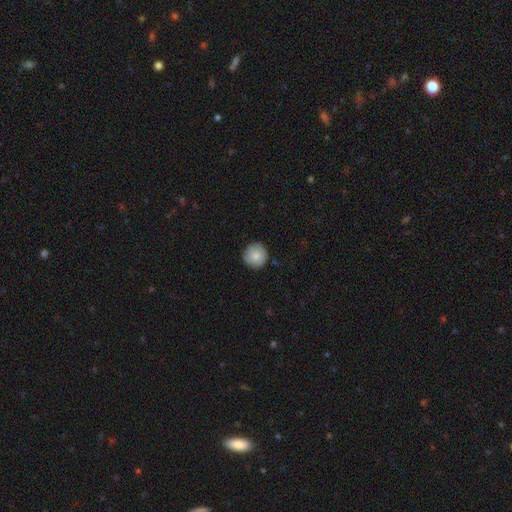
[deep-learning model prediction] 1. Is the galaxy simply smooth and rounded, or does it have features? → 83% smooth, 10% featured or disk, 7% star or artifact.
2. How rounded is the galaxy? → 95% round, 4% in between, 1% cigar-shaped.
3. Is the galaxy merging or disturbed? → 87% none, 10% minor disturbance, 2% major disturbance, 1% merger.